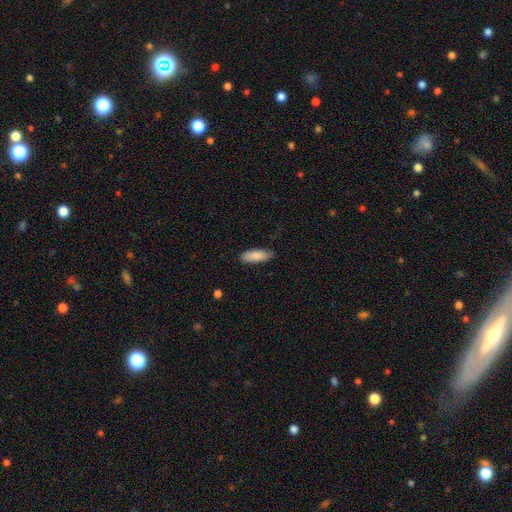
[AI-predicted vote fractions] Q: Smooth or featured?
A: smooth (87%); runner-up: featured or disk (7%)
Q: How rounded?
A: in between (64%); runner-up: cigar-shaped (34%)
Q: Merging?
A: none (78%); runner-up: minor disturbance (18%)